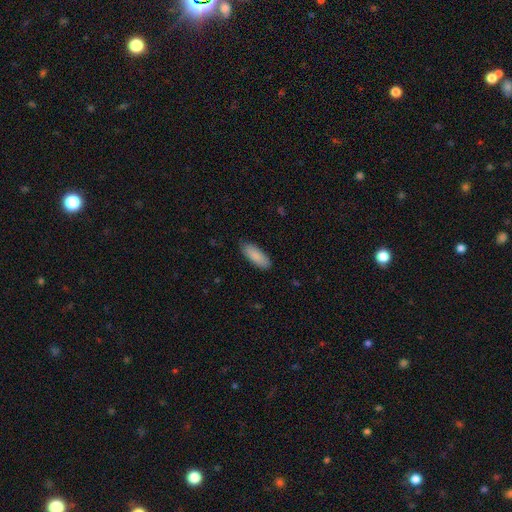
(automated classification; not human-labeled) smooth 88%, featured or disk 6%, star or artifact 5%. Down the decision tree: how rounded — in between (73%); merging — none (84%).